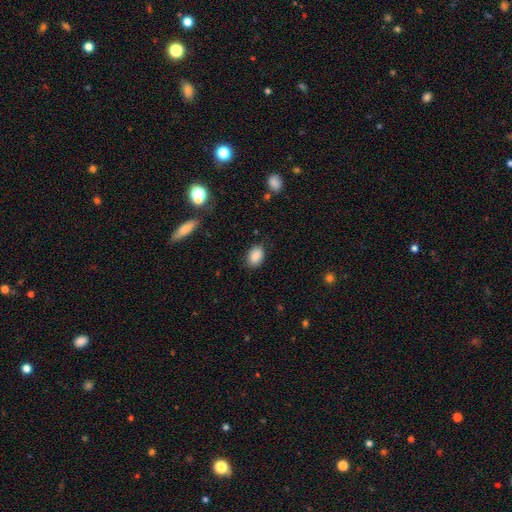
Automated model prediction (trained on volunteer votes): Overall: smooth (88%). How rounded: in between (83%). Merging: none (83%).